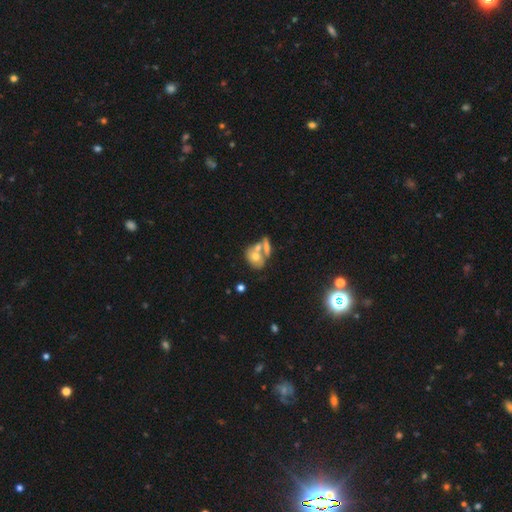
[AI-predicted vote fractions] Morphology: type=smooth (55%); roundness=in between (69%); merging=merger (58%).